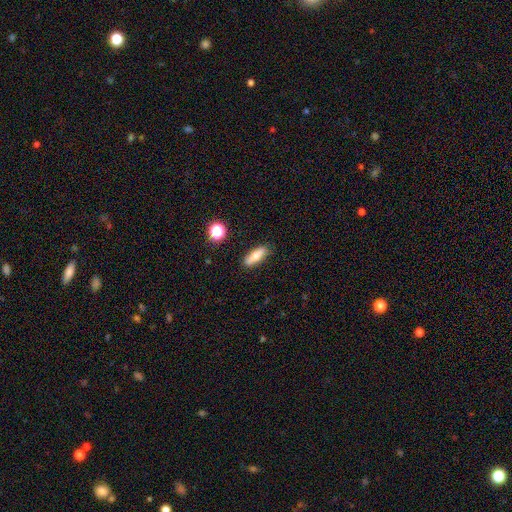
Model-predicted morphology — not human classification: Smooth or featured? Predicted: smooth (p=0.71). How rounded? Predicted: cigar-shaped (p=0.51). Merging? Predicted: none (p=0.87).